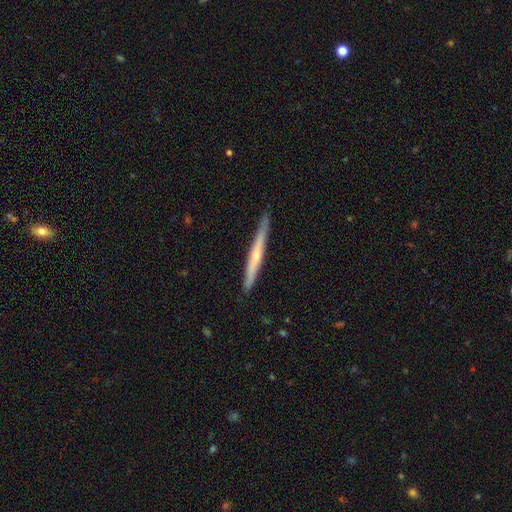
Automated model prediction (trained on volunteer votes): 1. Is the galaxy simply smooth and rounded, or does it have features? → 60% featured or disk, 34% smooth, 5% star or artifact.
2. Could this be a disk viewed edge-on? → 96% yes, 4% no.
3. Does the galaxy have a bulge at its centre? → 59% rounded, 37% none, 3% boxy.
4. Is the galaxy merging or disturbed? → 88% none, 9% minor disturbance, 1% major disturbance, 1% merger.